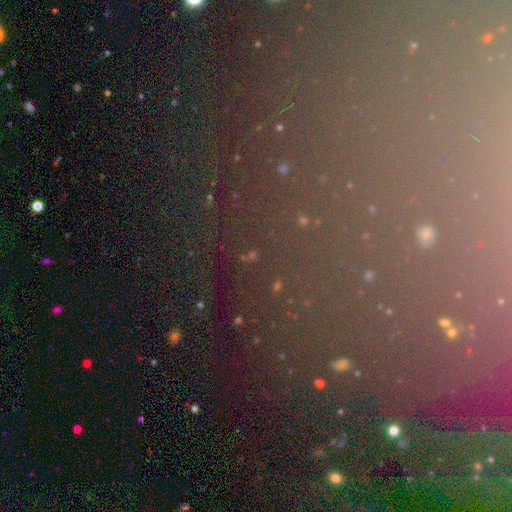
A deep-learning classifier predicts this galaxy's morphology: The model was most divided on "smooth or featured": star or artifact: 73%, smooth: 15%, featured or disk: 12%.